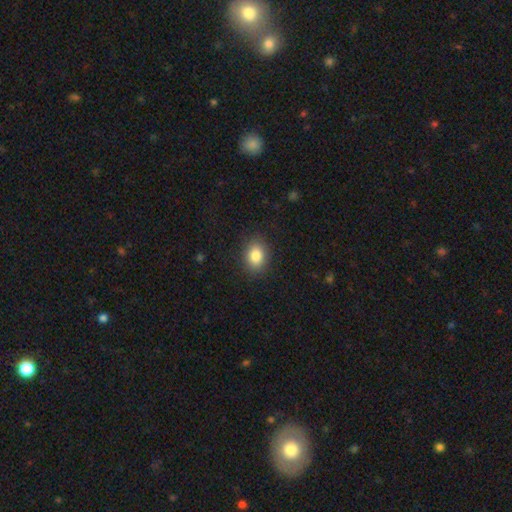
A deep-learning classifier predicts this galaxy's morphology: Smooth or featured? smooth (85%)
How rounded? in between (60%)
Merging? none (88%)